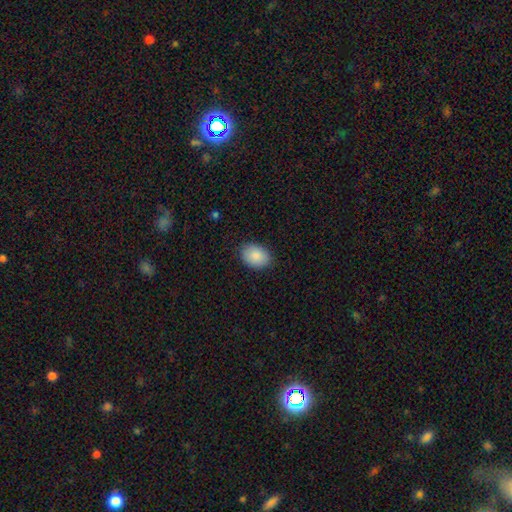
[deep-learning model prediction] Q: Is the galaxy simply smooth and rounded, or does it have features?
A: smooth — 88%.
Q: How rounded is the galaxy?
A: in between — 76%.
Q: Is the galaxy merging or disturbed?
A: none — 86%.